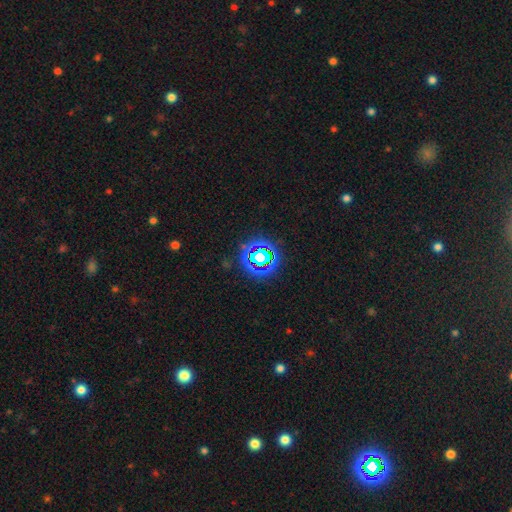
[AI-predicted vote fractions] A star or artifact, not a galaxy (74%).

Vote fractions:
- Smooth or featured? star or artifact: 74% / smooth: 17% / featured or disk: 8%